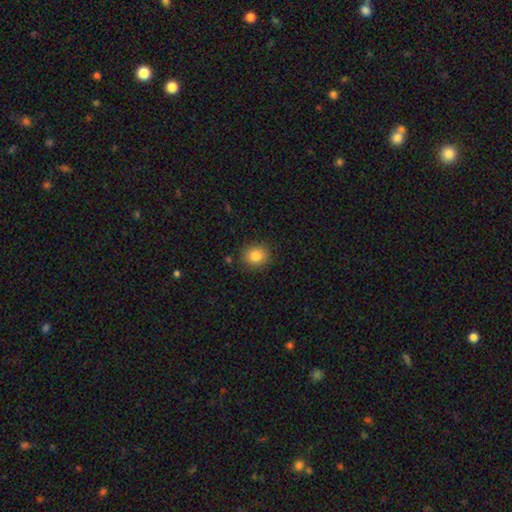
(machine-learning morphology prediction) The model was most divided on "how rounded": round: 79%, in between: 20%, cigar-shaped: 1%. More confident: merging — none (87%); smooth or featured — smooth (84%).